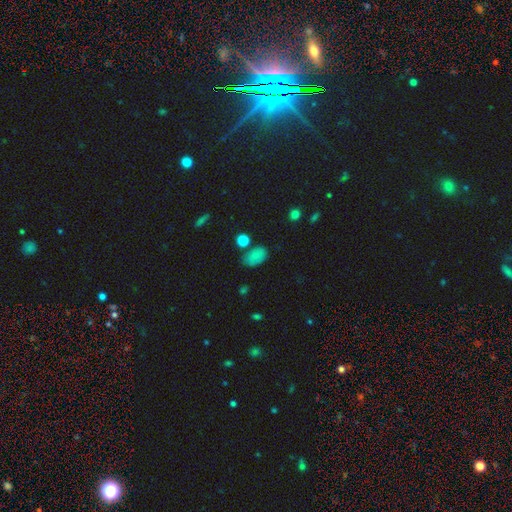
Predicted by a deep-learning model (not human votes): Morphology: type=smooth (77%); roundness=in between (84%); merging=none (61%).